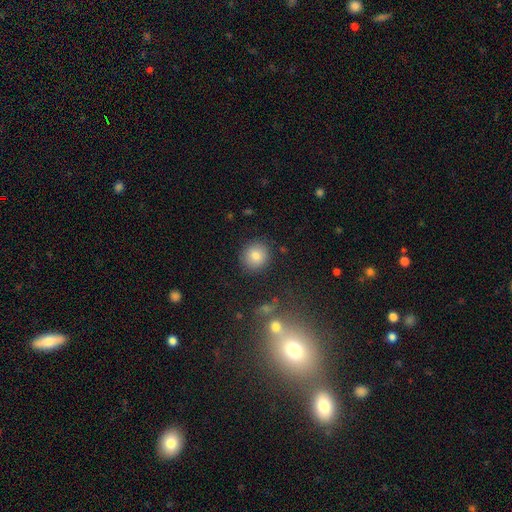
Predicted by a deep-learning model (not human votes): smooth 81%, star or artifact 10%, featured or disk 9%. Down the decision tree: how rounded — round (88%); merging — none (89%).